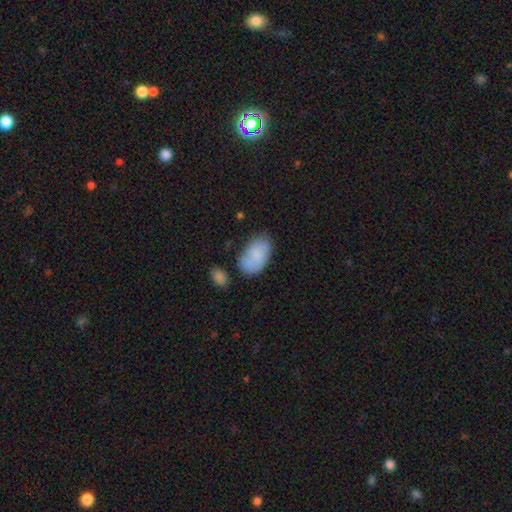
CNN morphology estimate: This appears to be a smooth galaxy with no disk features (81%) that is in between round and cigar-shaped (93%). Merging: none (58%).